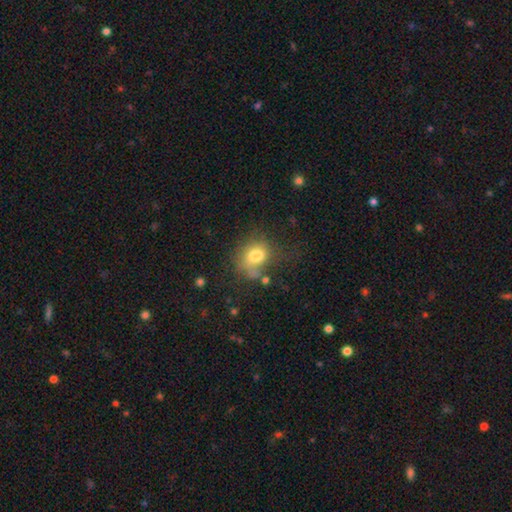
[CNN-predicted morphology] This appears to be a smooth galaxy with no disk features (73%) that is round (51%). Merging: none (43%).